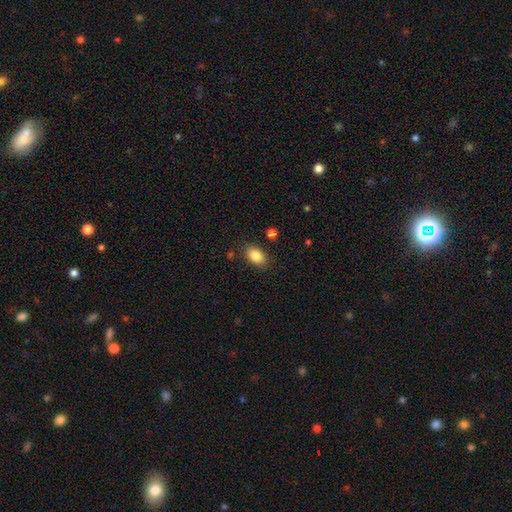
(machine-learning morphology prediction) This is clearly a smooth galaxy (85%). How rounded: clearly in between (88%). Merging: clearly none (84%).